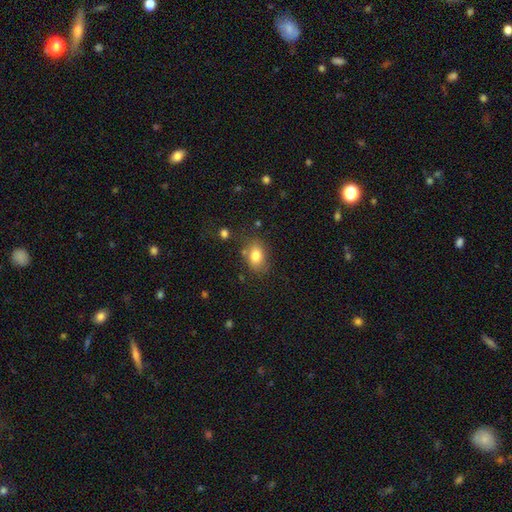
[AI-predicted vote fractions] smooth_or_featured: smooth (p=0.81) [alt: featured or disk p=0.10]
how_rounded: in between (p=0.76) [alt: round p=0.22]
merging: none (p=0.73) [alt: minor disturbance p=0.17]